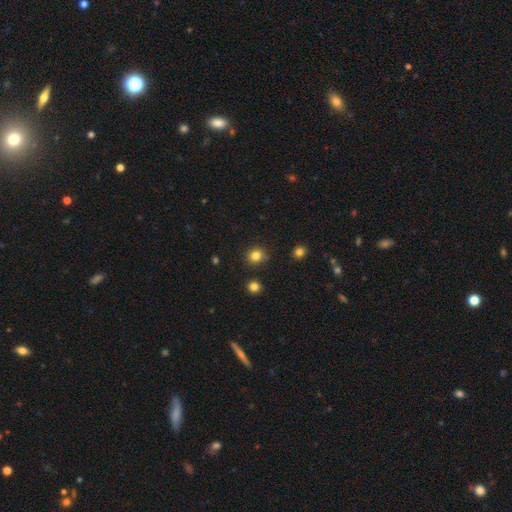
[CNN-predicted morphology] A smooth galaxy with no disk features (83%) that is round (89%).

Vote fractions:
- Smooth or featured? smooth: 83% / star or artifact: 13% / featured or disk: 5%
- How rounded? round: 89% / in between: 11% / cigar-shaped: 1%
- Merging? none: 87% / minor disturbance: 7% / merger: 3% / major disturbance: 2%